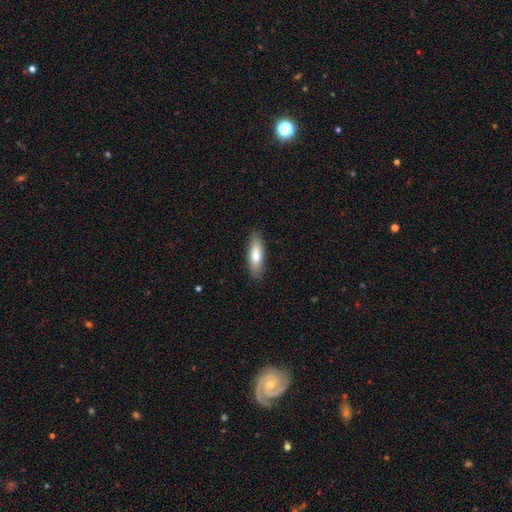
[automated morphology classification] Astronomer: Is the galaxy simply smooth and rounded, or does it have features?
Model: smooth — 72%.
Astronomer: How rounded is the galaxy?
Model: in between — 52% (runner-up: cigar-shaped, 46%).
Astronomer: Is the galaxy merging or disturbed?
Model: none — 86%.